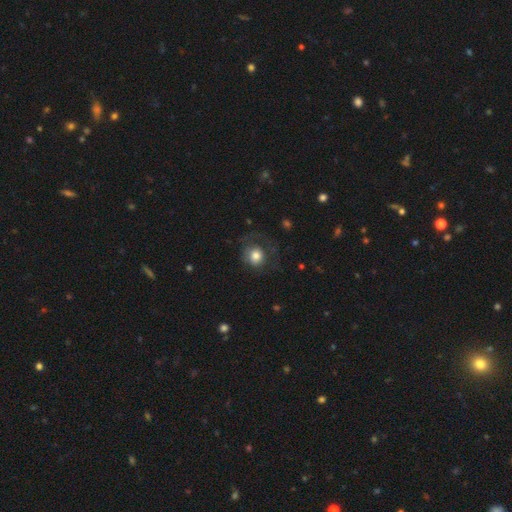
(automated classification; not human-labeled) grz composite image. It shows a smooth galaxy with no disk features (70%) that is round (83%). Merging: none (49%).